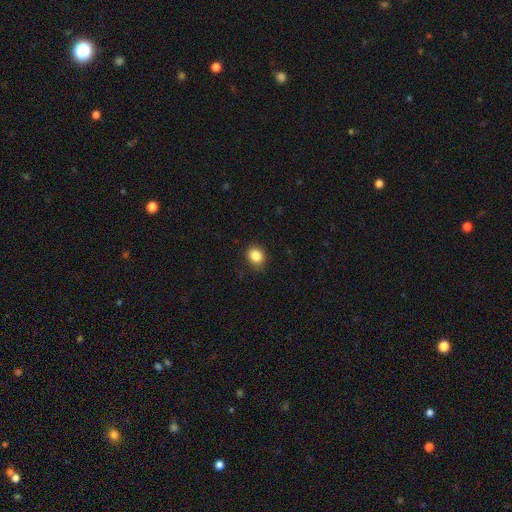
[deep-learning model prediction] smooth 86%, star or artifact 10%, featured or disk 4%. Down the decision tree: how rounded — round (58%); merging — none (84%).